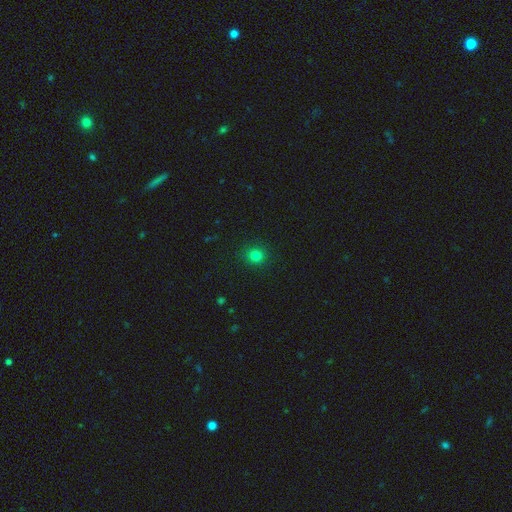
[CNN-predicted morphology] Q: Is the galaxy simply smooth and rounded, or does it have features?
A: smooth — 80%.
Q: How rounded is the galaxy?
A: round — 90%.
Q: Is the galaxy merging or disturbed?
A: none — 91%.